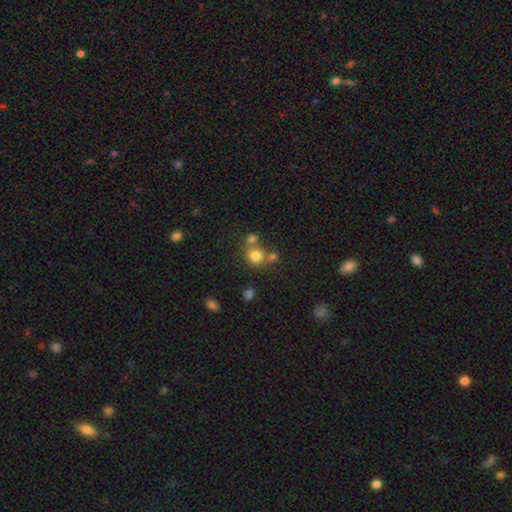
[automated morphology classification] type=smooth (77%); roundness=round (85%); merging=none (56%).